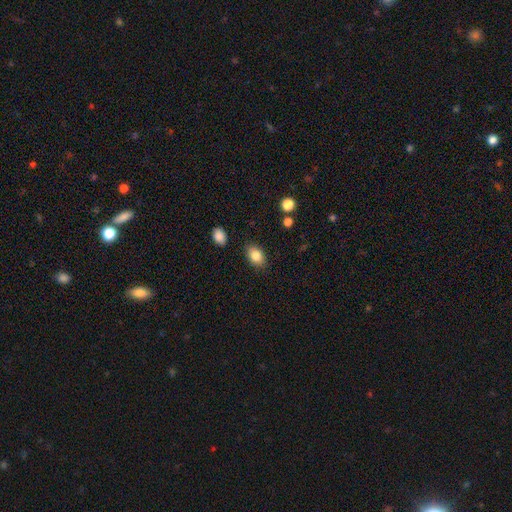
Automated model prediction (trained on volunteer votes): Smooth or featured? smooth (85%)
How rounded? in between (84%)
Merging? none (84%)